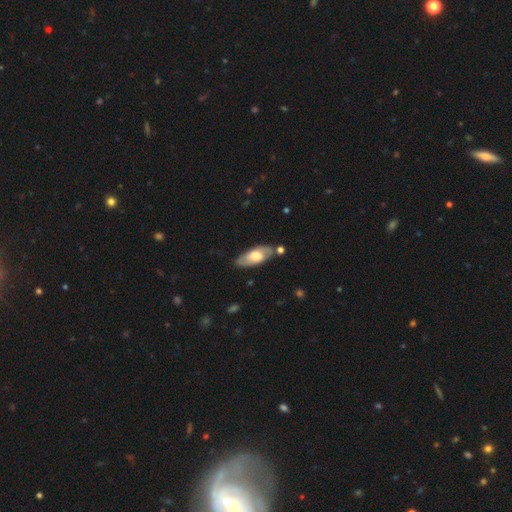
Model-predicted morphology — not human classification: Smooth or featured?
  - featured or disk: 48% *
  - smooth: 47%
  - star or artifact: 5%
Merging?
  - none: 73% *
  - minor disturbance: 18%
  - merger: 5%
  - major disturbance: 4%